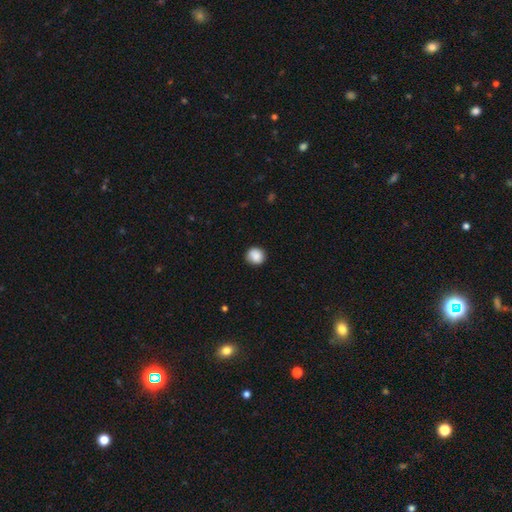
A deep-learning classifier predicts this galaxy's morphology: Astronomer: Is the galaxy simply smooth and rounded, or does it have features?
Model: smooth — 87%.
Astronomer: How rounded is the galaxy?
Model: round — 87%.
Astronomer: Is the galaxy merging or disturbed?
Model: none — 84%.